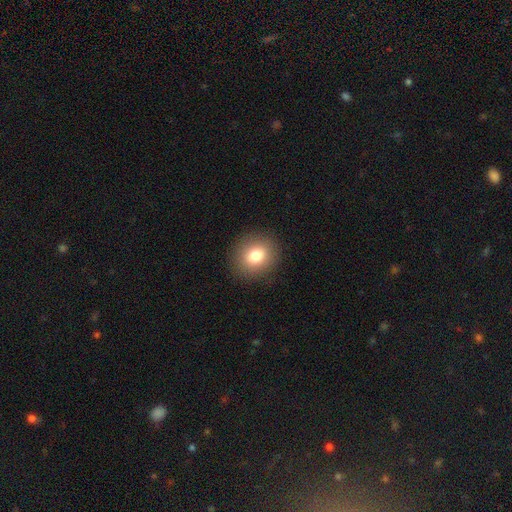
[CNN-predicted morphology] smooth_or_featured: smooth (p=0.80) [alt: star or artifact p=0.10]
how_rounded: round (p=0.75) [alt: in between p=0.25]
merging: none (p=0.90) [alt: minor disturbance p=0.07]